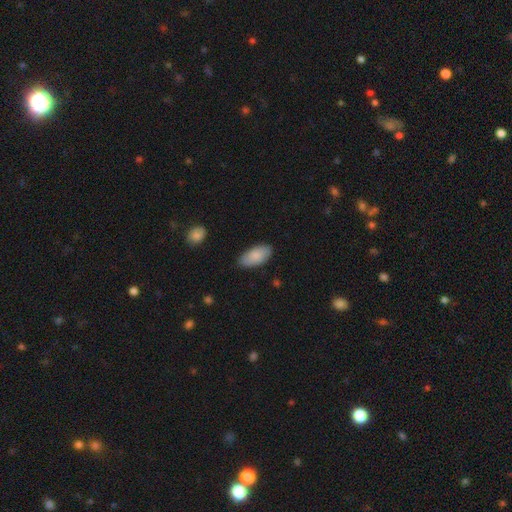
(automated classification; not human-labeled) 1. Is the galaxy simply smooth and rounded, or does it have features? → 85% smooth, 9% featured or disk, 6% star or artifact.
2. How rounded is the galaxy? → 93% in between, 5% cigar-shaped, 2% round.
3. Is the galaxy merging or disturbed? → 83% none, 13% minor disturbance, 2% major disturbance, 1% merger.